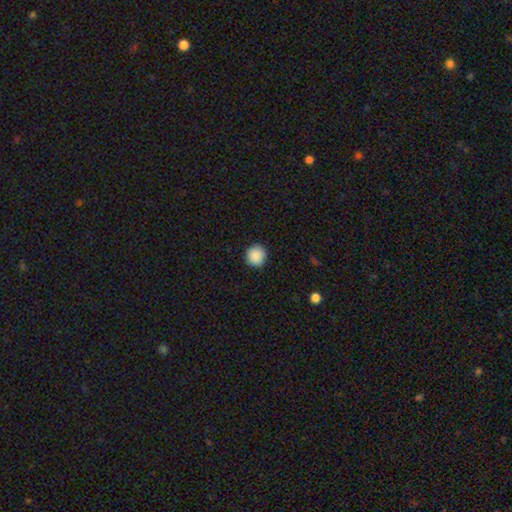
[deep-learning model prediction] smooth 89%, star or artifact 8%, featured or disk 3%. Down the decision tree: how rounded — round (93%); merging — none (90%).